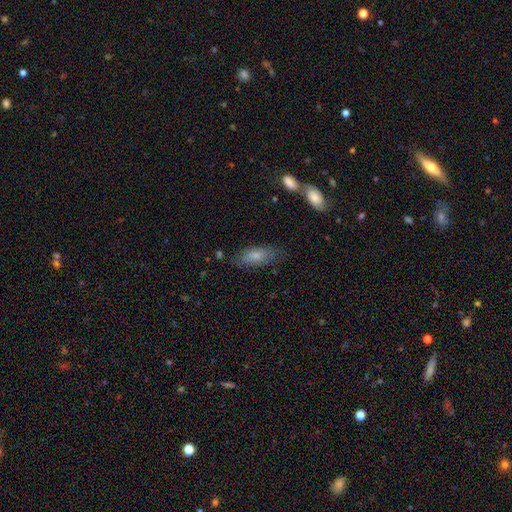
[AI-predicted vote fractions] This appears to be a smooth galaxy with no disk features (78%) that is in between round and cigar-shaped (80%). Merging: none (73%).